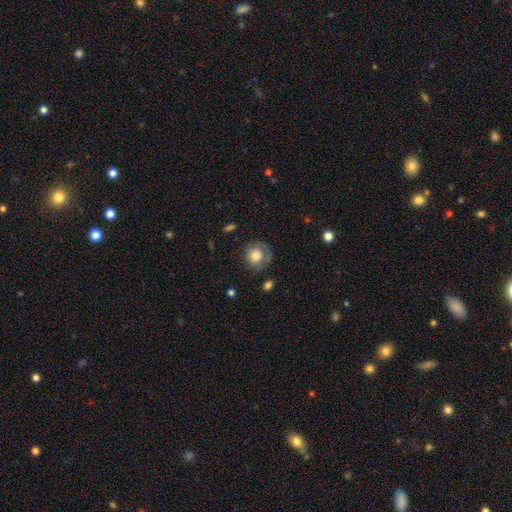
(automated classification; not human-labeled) Smooth or featured: smooth — 75% (featured or disk — 17%)
How rounded: round — 85% (in between — 15%)
Merging: none — 66% (minor disturbance — 21%)